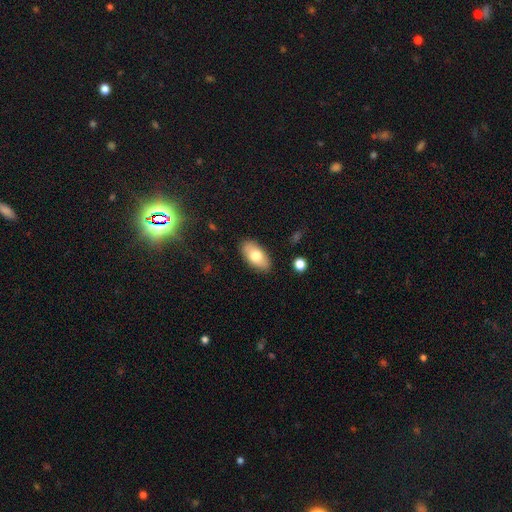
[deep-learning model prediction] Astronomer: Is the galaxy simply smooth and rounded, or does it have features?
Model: smooth — 73%.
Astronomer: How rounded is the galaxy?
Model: in between — 93%.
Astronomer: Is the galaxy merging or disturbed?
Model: none — 87%.